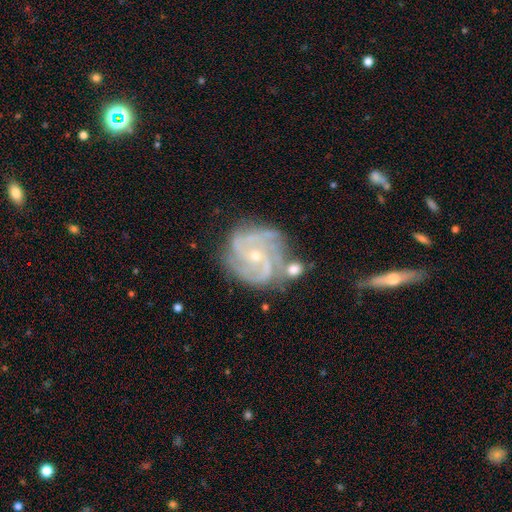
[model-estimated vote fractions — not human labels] Smooth or featured? featured or disk (89%)
Edge-on disk? no (98%)
Bar? no (66%)
Spiral arms? yes (97%)
Spiral winding? tight (54%)
Spiral arm count? 3 (40%)
Bulge size? small (74%)
Merging? none (65%)